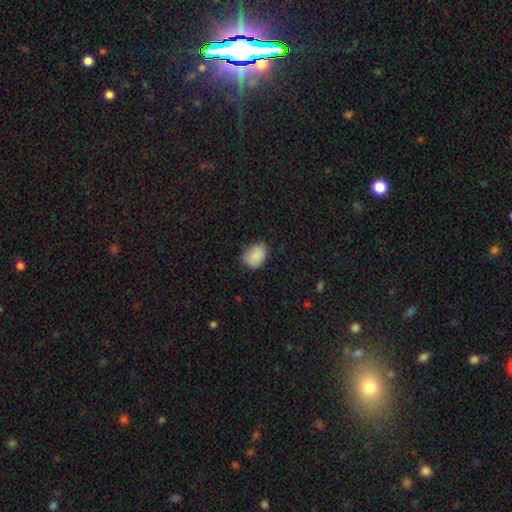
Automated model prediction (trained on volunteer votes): The model was most divided on "how rounded": in between: 68%, round: 31%, cigar-shaped: 1%. More confident: smooth or featured — smooth (84%); merging — none (69%).